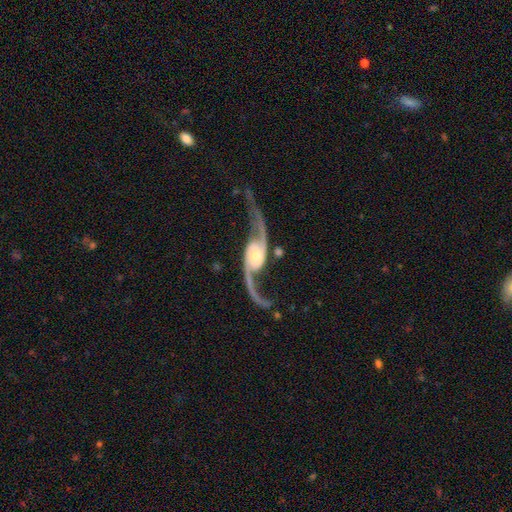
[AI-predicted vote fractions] featured or disk 93%, star or artifact 4%, smooth 4%. Down the decision tree: edge-on disk — no (95%); bar — no (59%); spiral arms — yes (98%); spiral arm count — 2 (94%); spiral winding — loose (88%); bulge size — moderate (45%); merging — none (61%).